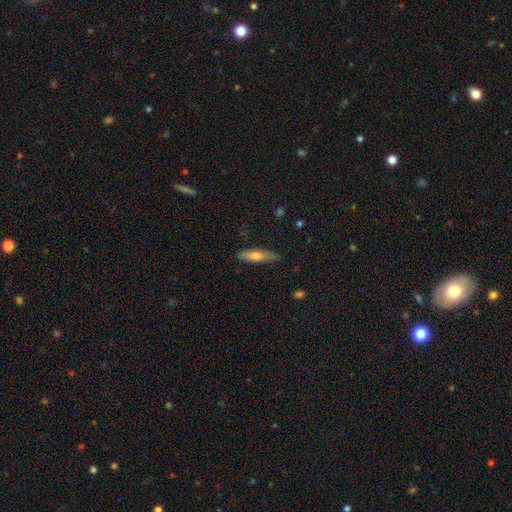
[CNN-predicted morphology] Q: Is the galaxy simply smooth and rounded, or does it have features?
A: smooth — 62%.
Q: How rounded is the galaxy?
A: cigar-shaped — 75%.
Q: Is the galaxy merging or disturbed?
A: none — 83%.